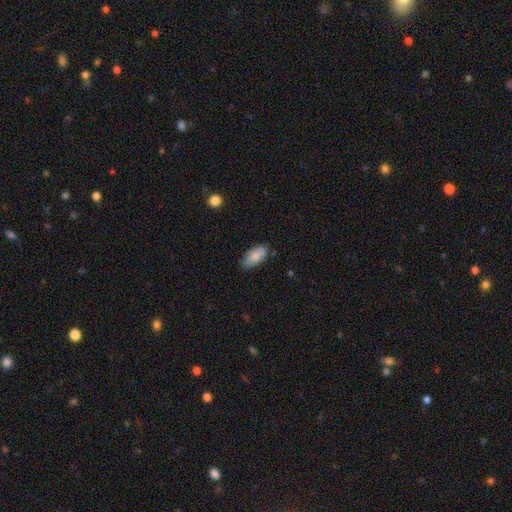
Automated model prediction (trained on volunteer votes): Smooth or featured? smooth (85%)
How rounded? in between (89%)
Merging? none (79%)